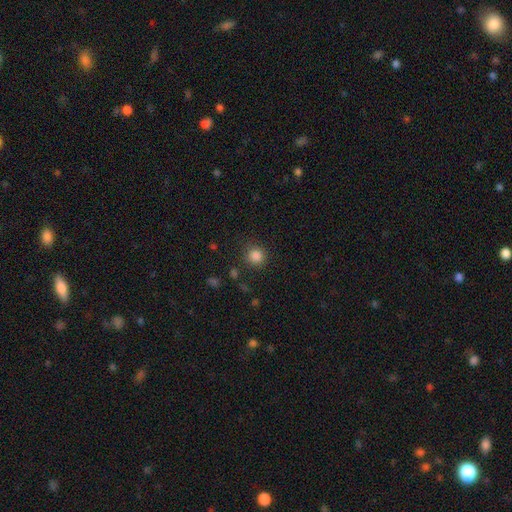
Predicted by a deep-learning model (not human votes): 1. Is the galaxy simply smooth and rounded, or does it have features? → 85% smooth, 12% star or artifact, 3% featured or disk.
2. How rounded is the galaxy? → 92% round, 7% in between, 1% cigar-shaped.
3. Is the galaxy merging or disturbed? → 86% none, 9% minor disturbance, 3% major disturbance, 2% merger.